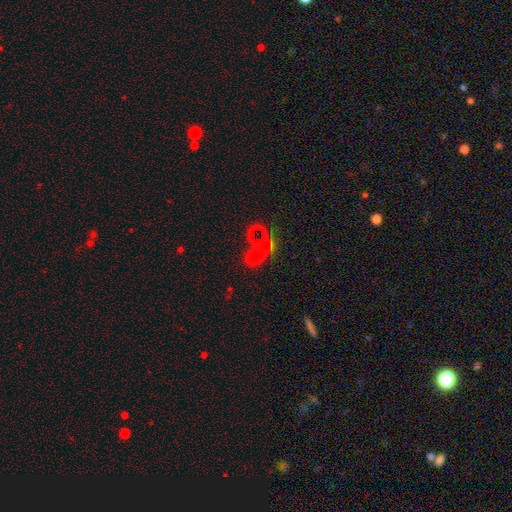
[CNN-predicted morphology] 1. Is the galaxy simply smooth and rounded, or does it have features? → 62% smooth, 26% star or artifact, 11% featured or disk.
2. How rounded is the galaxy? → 65% in between, 33% round, 2% cigar-shaped.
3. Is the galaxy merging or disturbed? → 50% none, 33% merger, 10% minor disturbance, 7% major disturbance.